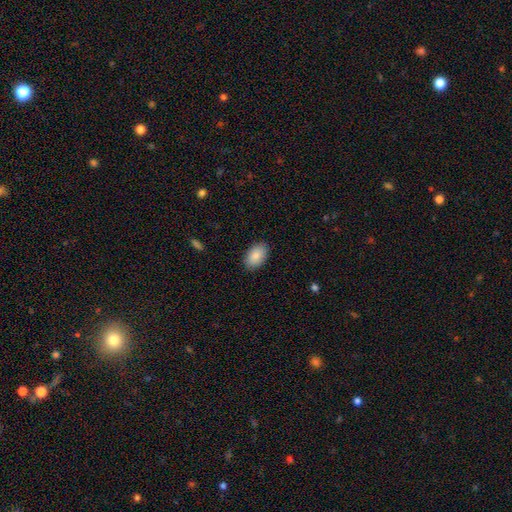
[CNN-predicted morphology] A smooth galaxy with no disk features (88%) that is in between round and cigar-shaped (92%). Merging: none (88%).